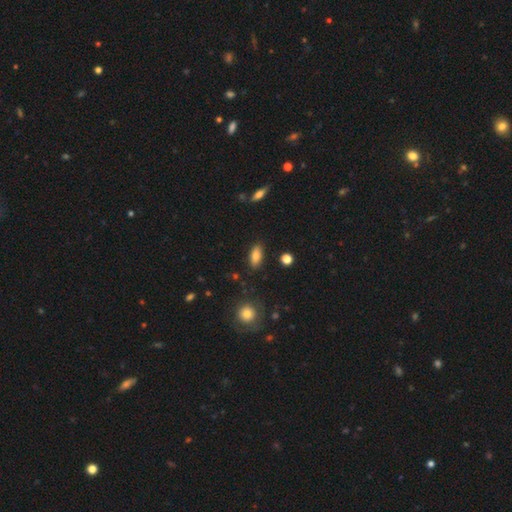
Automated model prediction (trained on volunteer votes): A smooth galaxy with no disk features (81%) that is in between round and cigar-shaped (84%). Merging: none (86%).